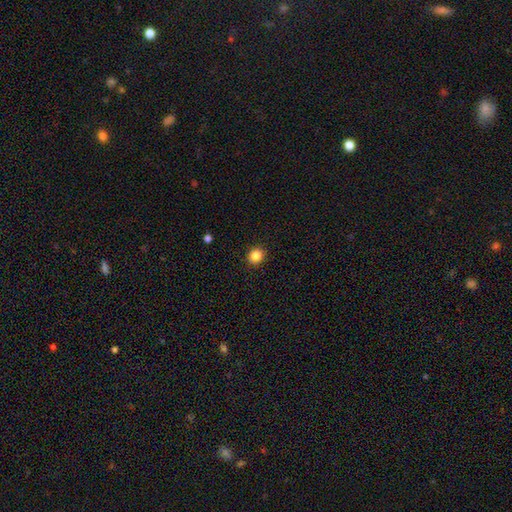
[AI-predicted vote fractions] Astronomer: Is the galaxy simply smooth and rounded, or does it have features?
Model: smooth — 84%.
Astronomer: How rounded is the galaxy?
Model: round — 82%.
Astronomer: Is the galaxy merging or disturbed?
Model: none — 91%.